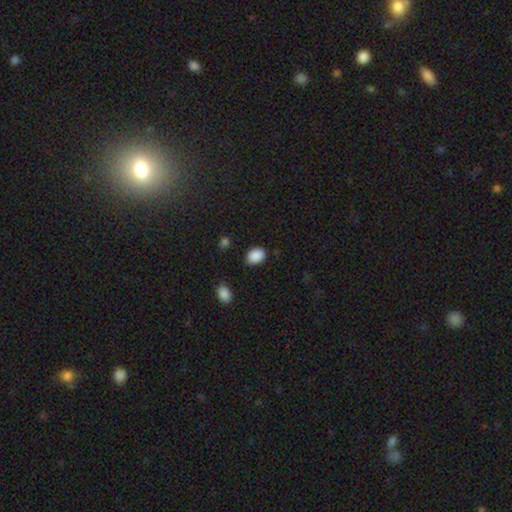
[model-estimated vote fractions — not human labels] smooth 89%, star or artifact 8%, featured or disk 3%. Down the decision tree: how rounded — in between (71%); merging — none (83%).